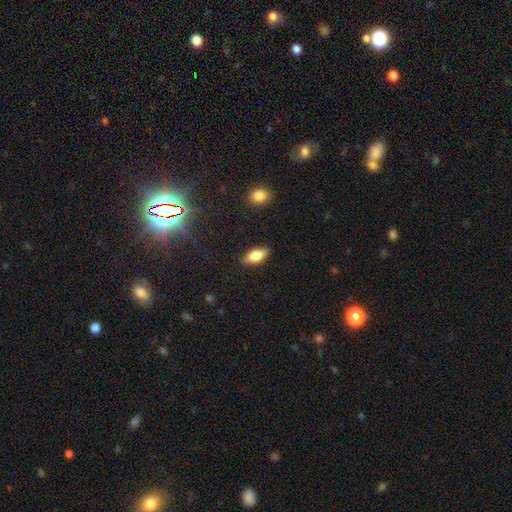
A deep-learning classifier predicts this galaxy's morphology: Smooth or featured?
  - smooth: 81% *
  - featured or disk: 12%
  - star or artifact: 7%
How rounded?
  - in between: 87% *
  - cigar-shaped: 10%
  - round: 3%
Merging?
  - none: 85% *
  - minor disturbance: 11%
  - major disturbance: 2%
  - merger: 1%